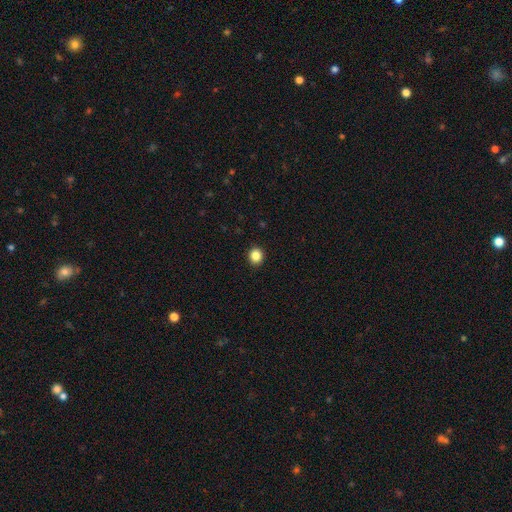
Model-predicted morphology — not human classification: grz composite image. It shows a smooth galaxy with no disk features (86%) that is round (85%). Merging: none (93%).